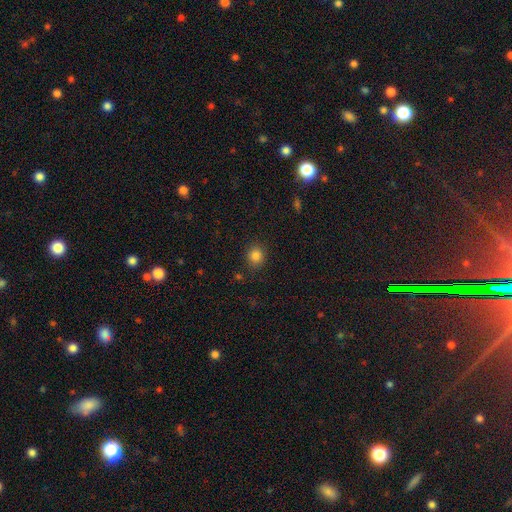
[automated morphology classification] This is clearly a smooth galaxy (83%). How rounded: clearly round (80%). Merging: clearly none (88%).